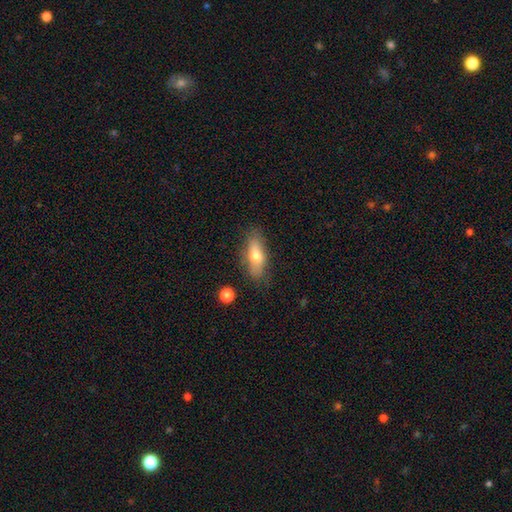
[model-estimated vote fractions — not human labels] Q: Smooth or featured?
A: smooth (66%); runner-up: featured or disk (27%)
Q: How rounded?
A: in between (67%); runner-up: cigar-shaped (30%)
Q: Merging?
A: none (77%); runner-up: minor disturbance (16%)